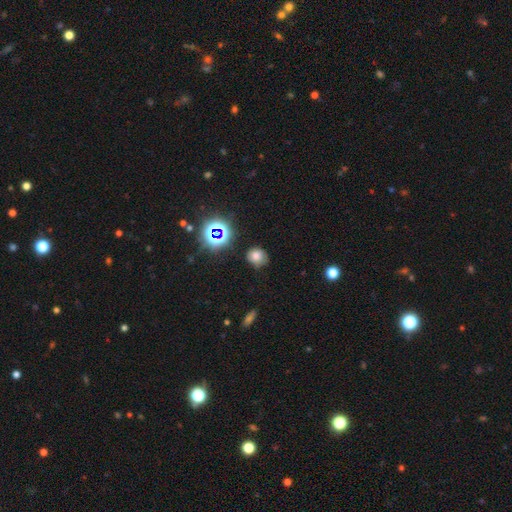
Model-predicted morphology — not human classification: Smooth or featured: smooth — 69% (star or artifact — 21%)
How rounded: round — 80% (in between — 19%)
Merging: none — 77% (minor disturbance — 17%)